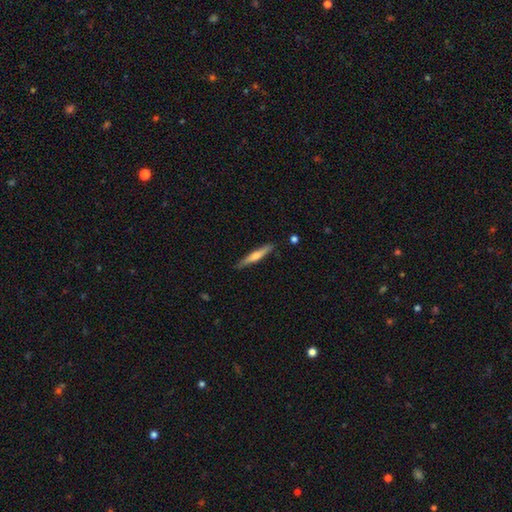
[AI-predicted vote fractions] Smooth or featured: featured or disk — 50% (smooth — 45%)
Merging: none — 87% (minor disturbance — 10%)